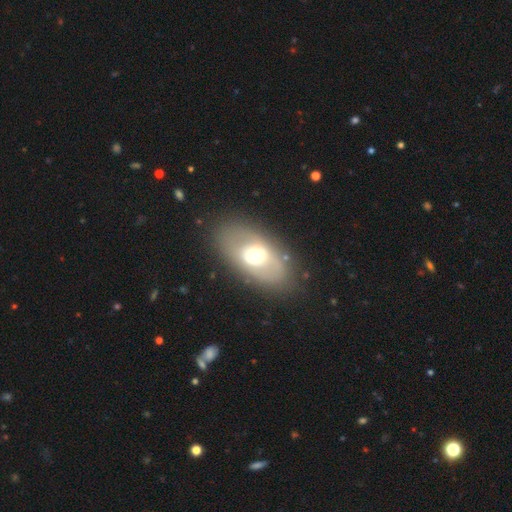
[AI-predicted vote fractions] Smooth or featured? featured or disk (47%)
Merging? none (80%)